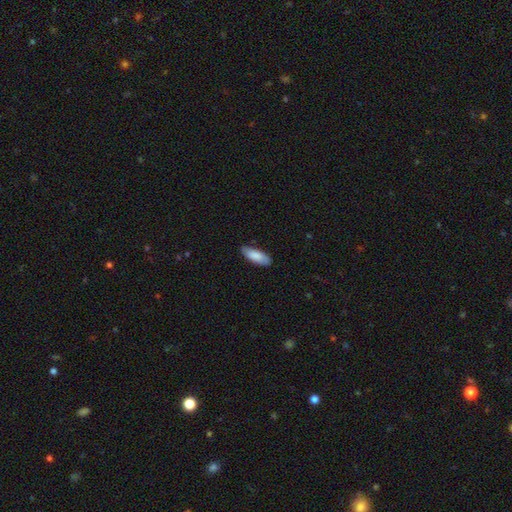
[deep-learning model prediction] Q: Smooth or featured?
A: smooth (85%); runner-up: featured or disk (10%)
Q: How rounded?
A: in between (73%); runner-up: cigar-shaped (25%)
Q: Merging?
A: none (82%); runner-up: minor disturbance (14%)